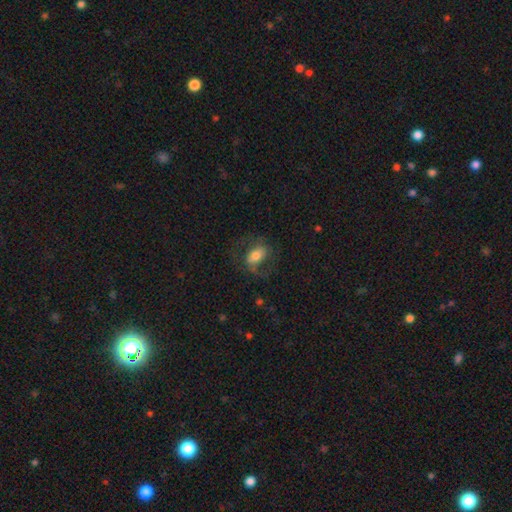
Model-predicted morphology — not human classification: A smooth galaxy with no disk features (59%) that is in between round and cigar-shaped (85%).

Vote fractions:
- Smooth or featured? smooth: 59% / featured or disk: 33% / star or artifact: 8%
- How rounded? in between: 85% / round: 13% / cigar-shaped: 2%
- Merging? none: 61% / major disturbance: 19% / minor disturbance: 18% / merger: 2%